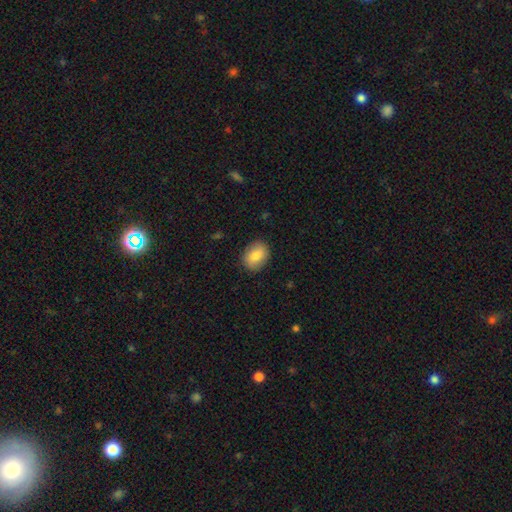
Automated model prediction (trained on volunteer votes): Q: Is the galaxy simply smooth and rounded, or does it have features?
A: smooth — 83%.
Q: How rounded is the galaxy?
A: in between — 67%.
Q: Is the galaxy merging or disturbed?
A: none — 87%.